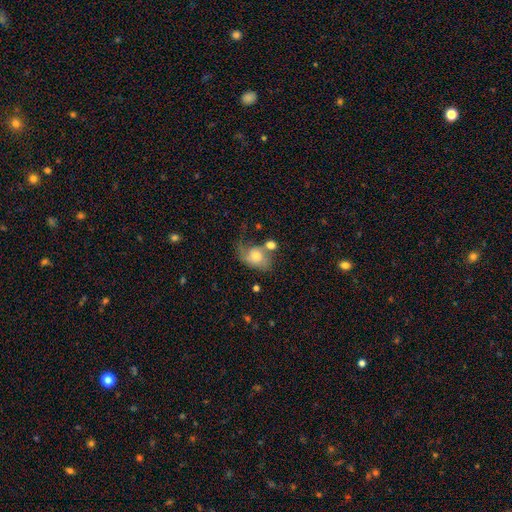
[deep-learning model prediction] smooth-or-featured: smooth: 54% | featured or disk: 37% | star or artifact: 9%
  how-rounded: in between: 67% | round: 32% | cigar-shaped: 1%
  merging: major disturbance: 28% | none: 27% | merger: 24% | minor disturbance: 21%